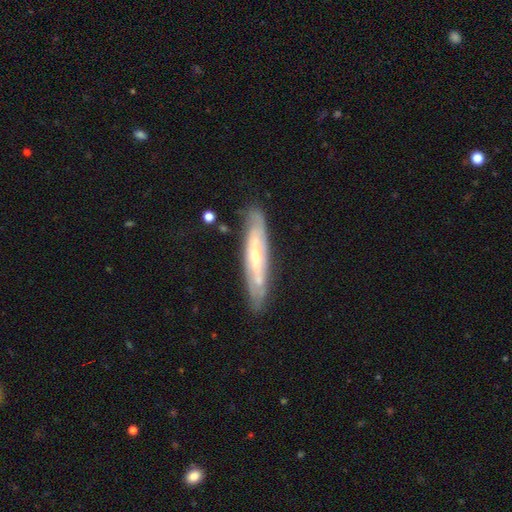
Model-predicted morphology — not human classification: Overall: featured or disk (70%). Edge-on disk: no (51%; yes 49%). Merging: none (80%).